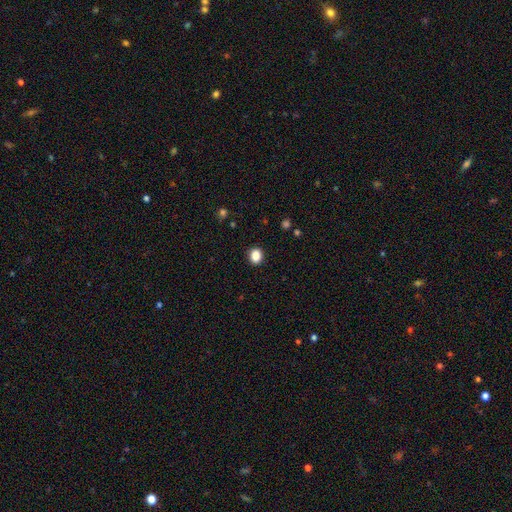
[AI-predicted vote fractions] Morphology: type=smooth (87%); roundness=round (60%); merging=none (90%).